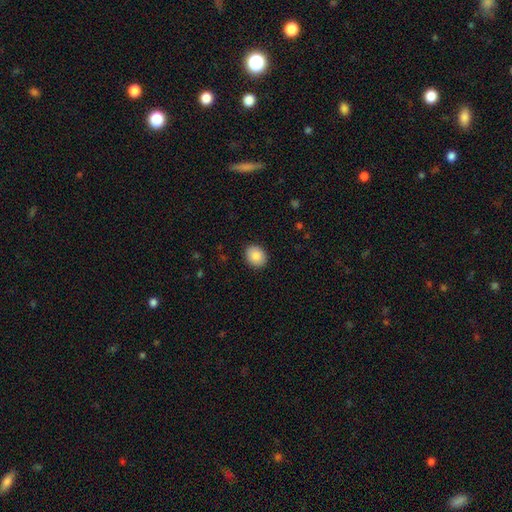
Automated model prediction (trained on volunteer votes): Smooth or featured? smooth (88%)
How rounded? round (51%)
Merging? none (90%)